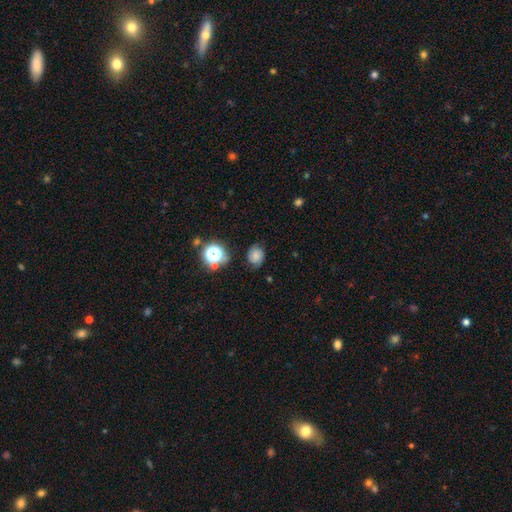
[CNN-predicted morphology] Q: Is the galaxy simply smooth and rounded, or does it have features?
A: smooth — 55%.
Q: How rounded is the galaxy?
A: round — 61%.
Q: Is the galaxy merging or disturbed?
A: none — 69%.